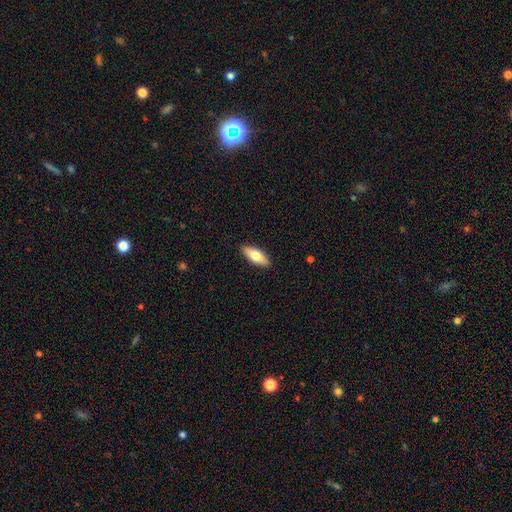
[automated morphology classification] type=smooth (71%); roundness=in between (74%); merging=none (90%).